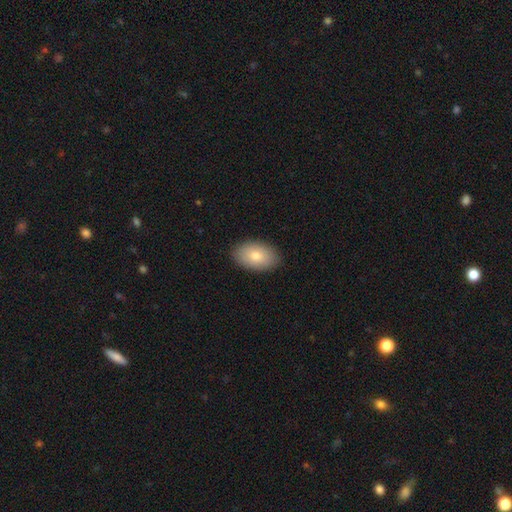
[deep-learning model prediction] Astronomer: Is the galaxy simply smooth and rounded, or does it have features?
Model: smooth — 80%.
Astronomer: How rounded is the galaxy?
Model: in between — 92%.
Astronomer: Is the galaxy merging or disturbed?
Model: none — 90%.